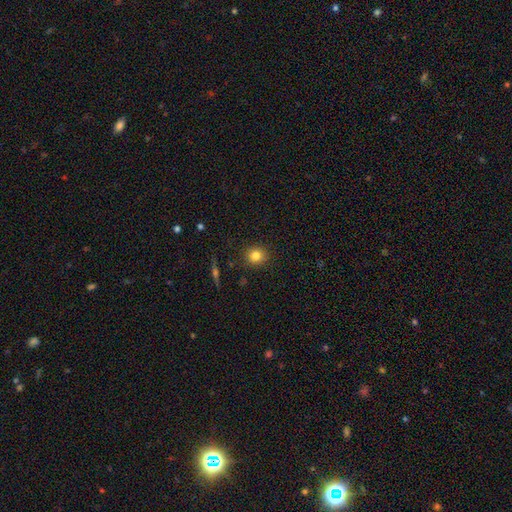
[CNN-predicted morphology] Smooth or featured? Predicted: smooth (p=0.81). How rounded? Predicted: round (p=0.90). Merging? Predicted: none (p=0.90).